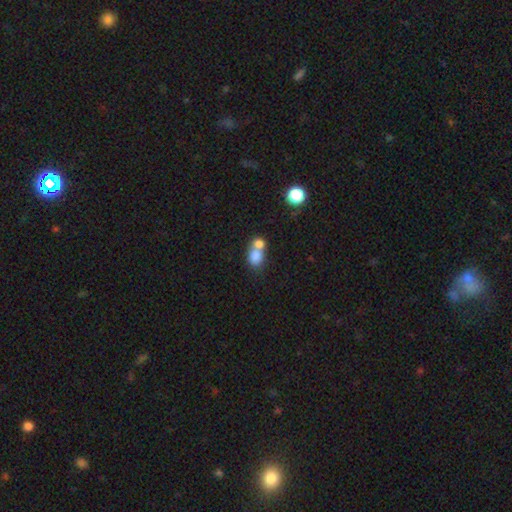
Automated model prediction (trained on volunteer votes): A smooth galaxy with no disk features (80%) that is round (57%).

Vote fractions:
- Smooth or featured? smooth: 80% / featured or disk: 11% / star or artifact: 10%
- How rounded? round: 57% / in between: 42% / cigar-shaped: 1%
- Merging? merger: 62% / none: 28% / minor disturbance: 7% / major disturbance: 3%